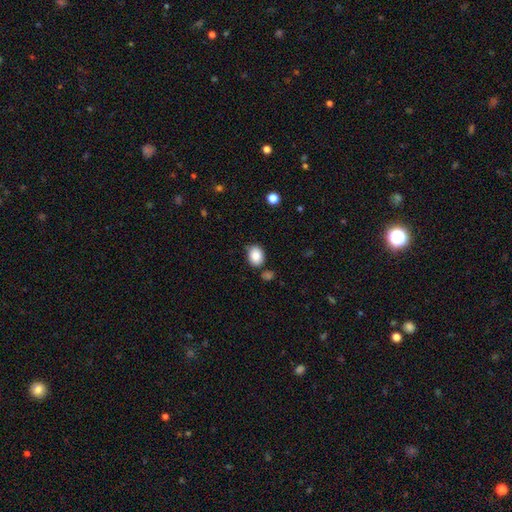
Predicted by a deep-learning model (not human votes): smooth_or_featured: smooth (p=0.87) [alt: star or artifact p=0.08]
how_rounded: in between (p=0.62) [alt: round p=0.37]
merging: none (p=0.75) [alt: minor disturbance p=0.15]